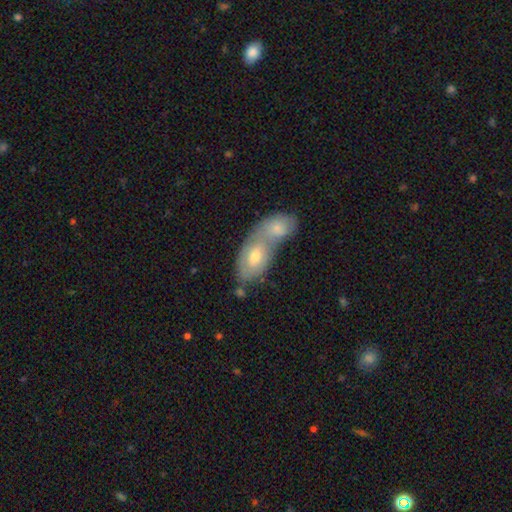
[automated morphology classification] Smooth or featured? Predicted: smooth (p=0.60). How rounded? Predicted: in between (p=0.89). Merging? Predicted: merger (p=0.67).